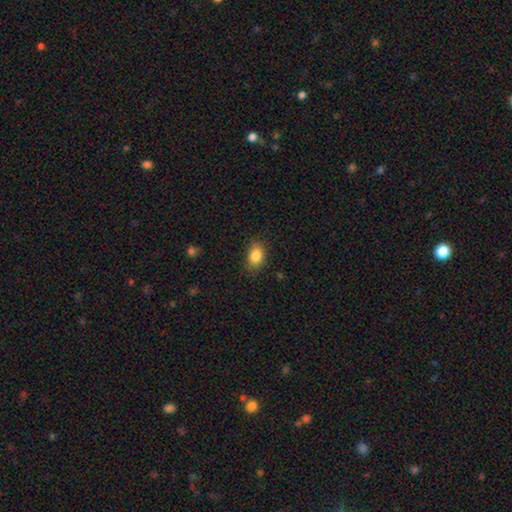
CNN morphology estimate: A smooth galaxy with no disk features (85%) that is in between round and cigar-shaped (79%).

Vote fractions:
- Smooth or featured? smooth: 85% / star or artifact: 9% / featured or disk: 6%
- How rounded? in between: 79% / round: 20% / cigar-shaped: 2%
- Merging? none: 82% / minor disturbance: 14% / major disturbance: 3% / merger: 1%